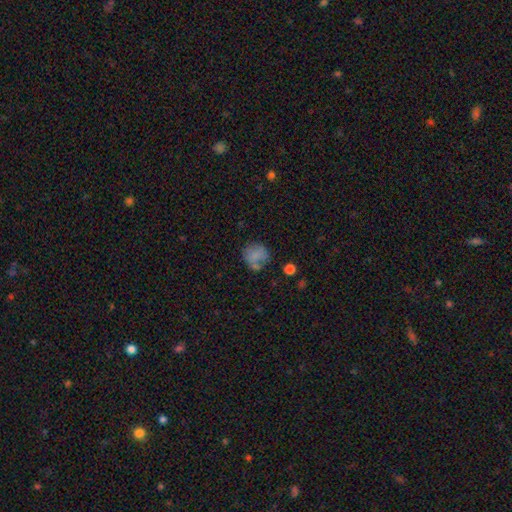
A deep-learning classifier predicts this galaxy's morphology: The model was most divided on "merging": none: 58%, minor disturbance: 21%, major disturbance: 11%, merger: 9%. More confident: how rounded — round (80%); smooth or featured — smooth (73%).